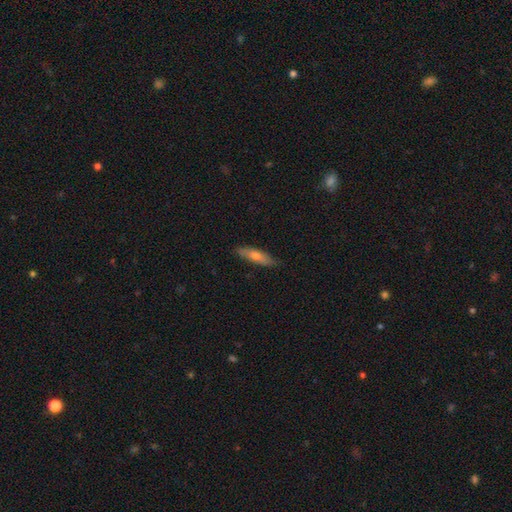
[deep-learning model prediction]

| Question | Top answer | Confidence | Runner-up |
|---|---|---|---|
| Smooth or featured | smooth | 59% | featured or disk (35%) |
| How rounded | cigar-shaped | 73% | in between (25%) |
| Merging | none | 86% | minor disturbance (11%) |